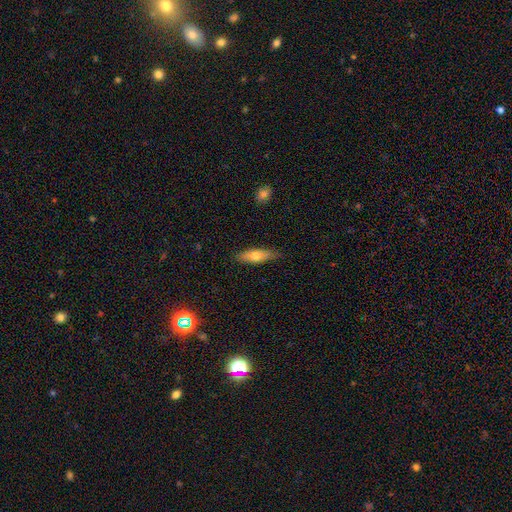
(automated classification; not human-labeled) Q: Smooth or featured?
A: smooth (63%); runner-up: featured or disk (31%)
Q: How rounded?
A: cigar-shaped (56%); runner-up: in between (41%)
Q: Merging?
A: none (83%); runner-up: minor disturbance (14%)